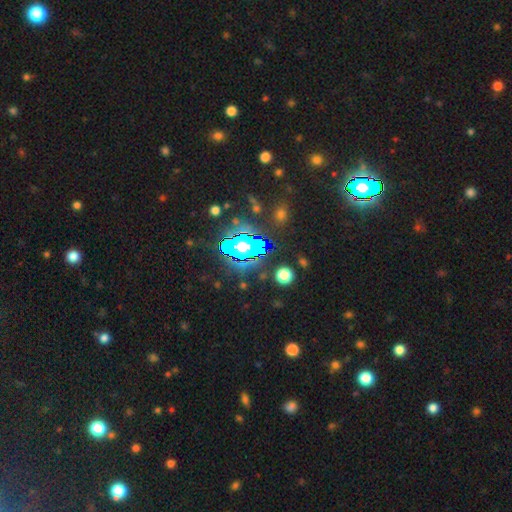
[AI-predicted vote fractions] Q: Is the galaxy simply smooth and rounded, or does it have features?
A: star or artifact — 83%.